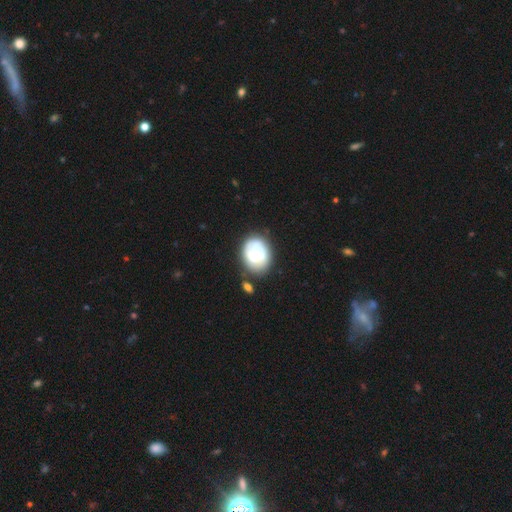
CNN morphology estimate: Smooth or featured? smooth (49%)
Merging? none (63%)